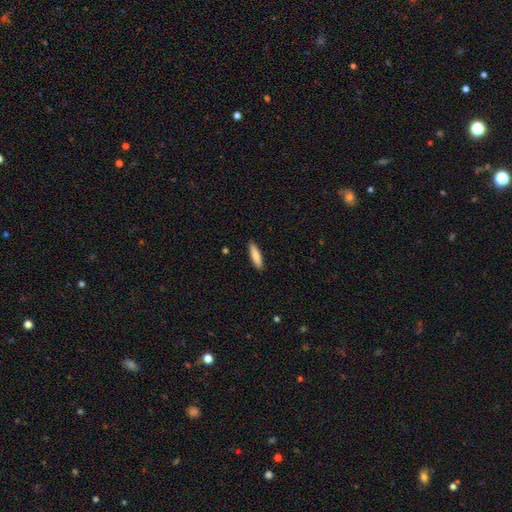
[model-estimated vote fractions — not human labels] The model was most divided on "how rounded": cigar-shaped: 76%, in between: 22%, round: 1%. More confident: merging — none (89%); smooth or featured — smooth (84%).